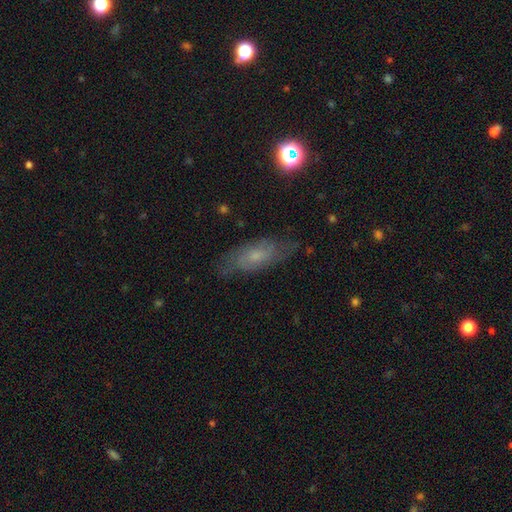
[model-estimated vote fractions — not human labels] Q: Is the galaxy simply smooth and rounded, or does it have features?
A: featured or disk — 51%.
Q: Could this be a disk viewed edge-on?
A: no — 82%.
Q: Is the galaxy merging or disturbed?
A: none — 73%.